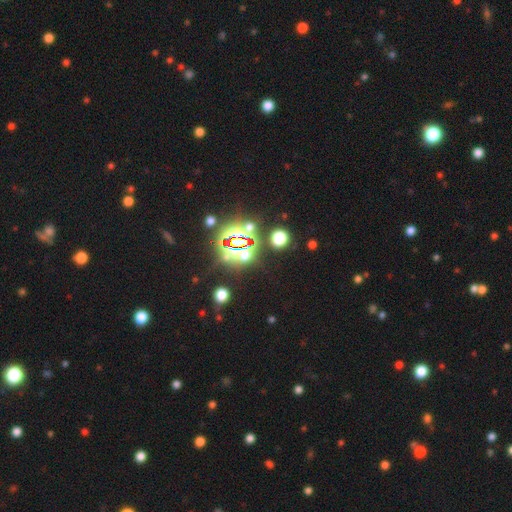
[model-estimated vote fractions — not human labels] A star or artifact, not a galaxy (83%).